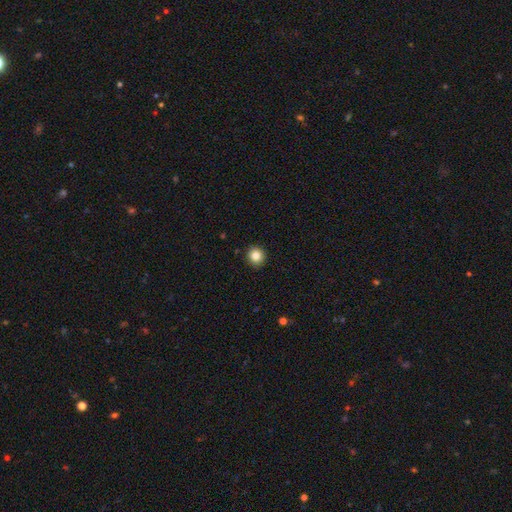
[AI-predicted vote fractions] Smooth or featured? smooth (85%)
How rounded? round (90%)
Merging? none (92%)